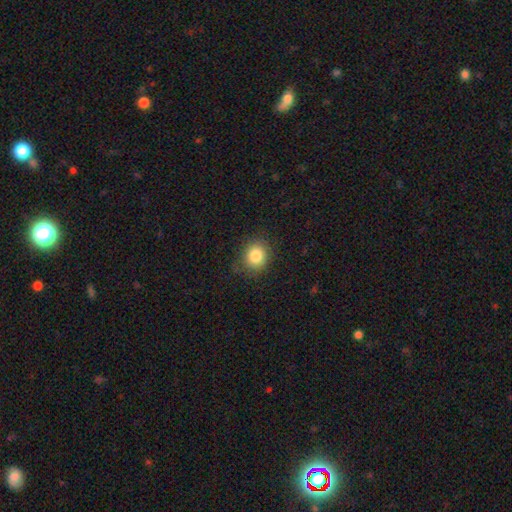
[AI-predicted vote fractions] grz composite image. It shows a smooth galaxy with no disk features (84%) that is round (71%). Merging: none (83%).